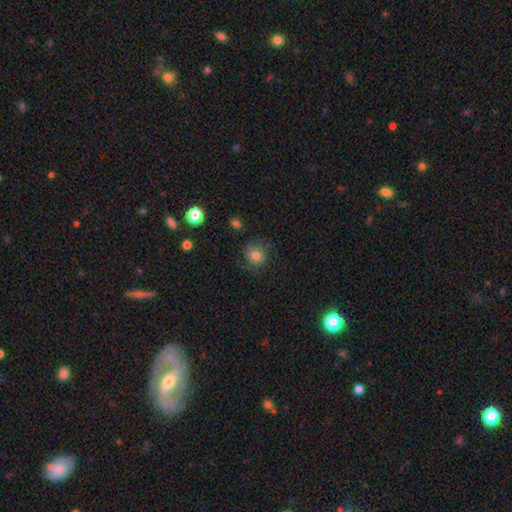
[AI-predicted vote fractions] A smooth galaxy with no disk features (47%).

Vote fractions:
- Smooth or featured? smooth: 47% / featured or disk: 42% / star or artifact: 11%
- Merging? none: 69% / minor disturbance: 18% / major disturbance: 12% / merger: 2%